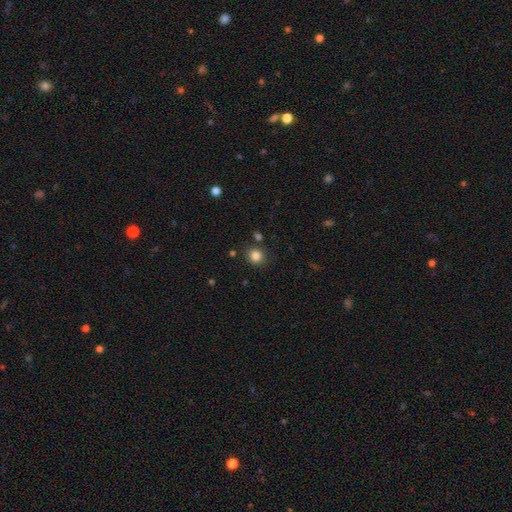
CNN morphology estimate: This appears to be a smooth galaxy with no disk features (83%) that is round (86%). Merging: none (85%).